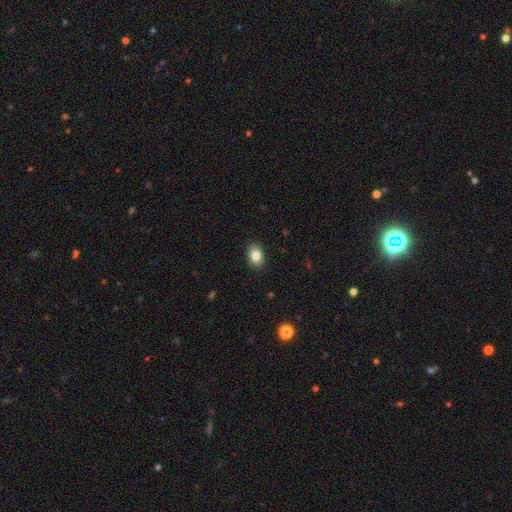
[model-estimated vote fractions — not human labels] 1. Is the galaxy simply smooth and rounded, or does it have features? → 84% smooth, 8% star or artifact, 7% featured or disk.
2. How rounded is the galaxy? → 79% in between, 20% round, 1% cigar-shaped.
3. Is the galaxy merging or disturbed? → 89% none, 8% minor disturbance, 2% major disturbance, 1% merger.